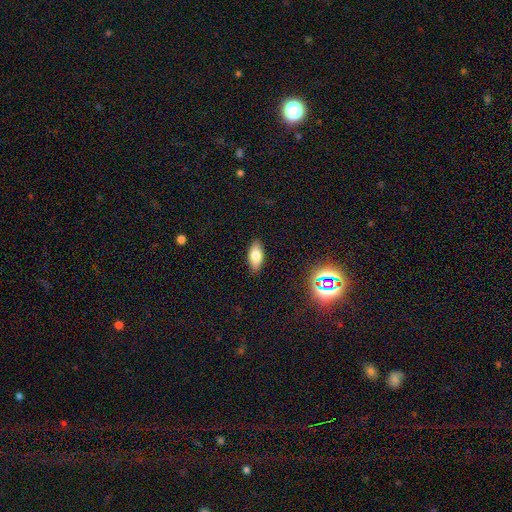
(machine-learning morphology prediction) The model was most divided on "smooth or featured": smooth: 77%, featured or disk: 14%, star or artifact: 10%. More confident: how rounded — in between (87%); merging — none (87%).